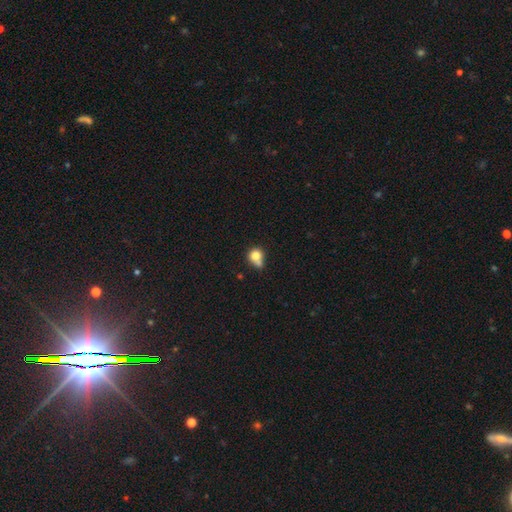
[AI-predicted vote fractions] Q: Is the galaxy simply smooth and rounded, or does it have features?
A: smooth — 78%.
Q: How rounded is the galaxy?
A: round — 80%.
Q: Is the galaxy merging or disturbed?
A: none — 41%.